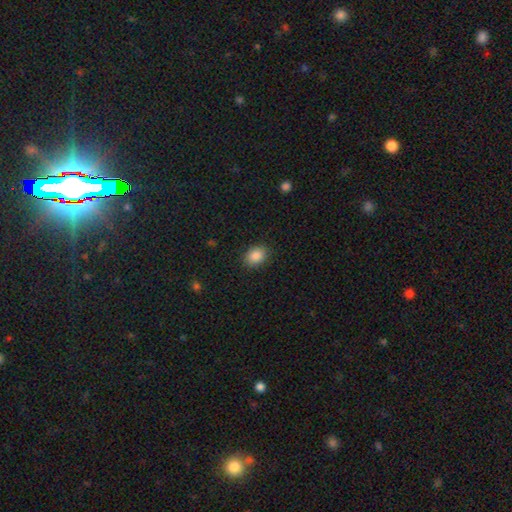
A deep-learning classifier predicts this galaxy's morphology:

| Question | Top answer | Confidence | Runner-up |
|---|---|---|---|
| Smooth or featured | smooth | 87% | star or artifact (9%) |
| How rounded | in between | 68% | round (31%) |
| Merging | none | 88% | minor disturbance (9%) |